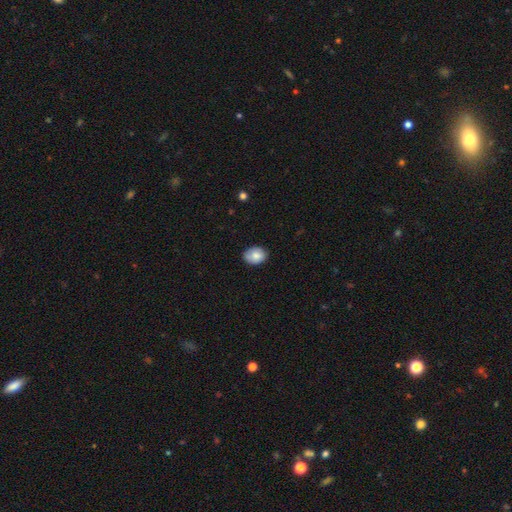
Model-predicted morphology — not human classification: smooth 82%, featured or disk 10%, star or artifact 7%. Down the decision tree: how rounded — in between (66%); merging — none (78%).